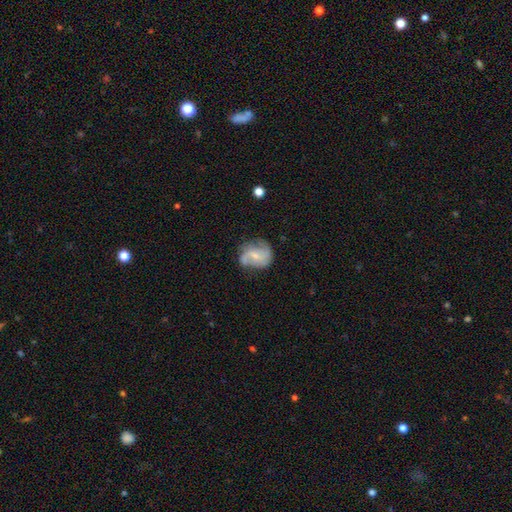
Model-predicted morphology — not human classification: Overall: featured or disk (65%; smooth 28%). Edge-on disk: no (98%). Bar: weak (46%; no 40%). Spiral arms: yes (86%). Spiral arm count: 2 (59%). Spiral winding: medium (43%; loose 34%). Bulge size: small (55%; moderate 32%). Merging: none (53%; minor disturbance 28%).